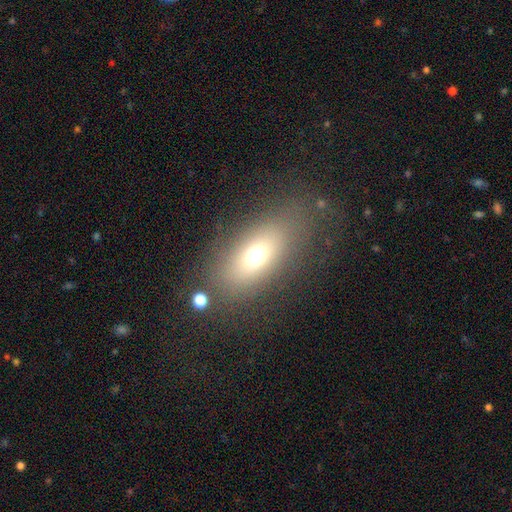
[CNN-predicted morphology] A smooth galaxy with no disk features (66%) that is in between round and cigar-shaped (78%). Merging: none (73%).